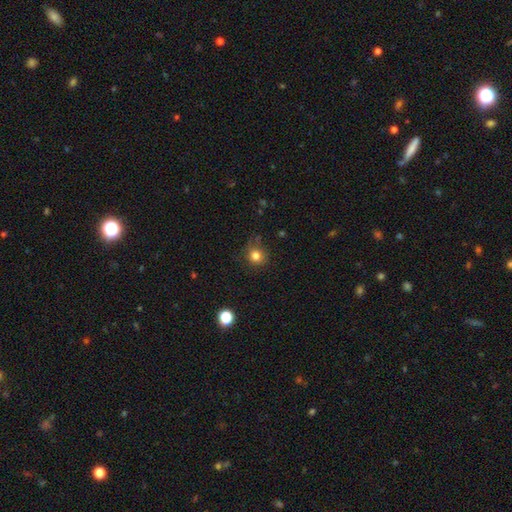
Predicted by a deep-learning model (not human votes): smooth 80%, star or artifact 13%, featured or disk 6%. Down the decision tree: how rounded — round (84%); merging — none (74%).